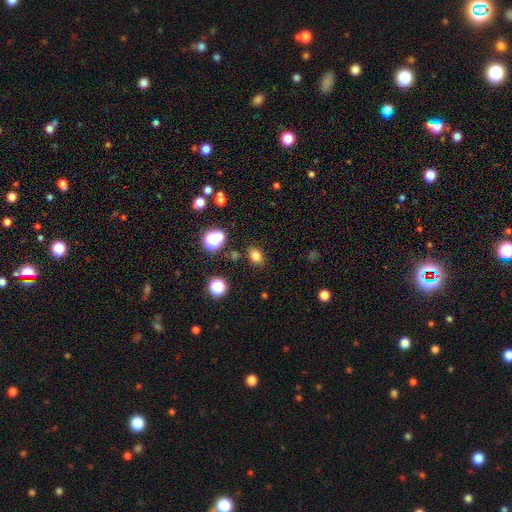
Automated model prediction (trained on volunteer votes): smooth 77%, star or artifact 16%, featured or disk 7%. Down the decision tree: how rounded — in between (61%); merging — none (83%).